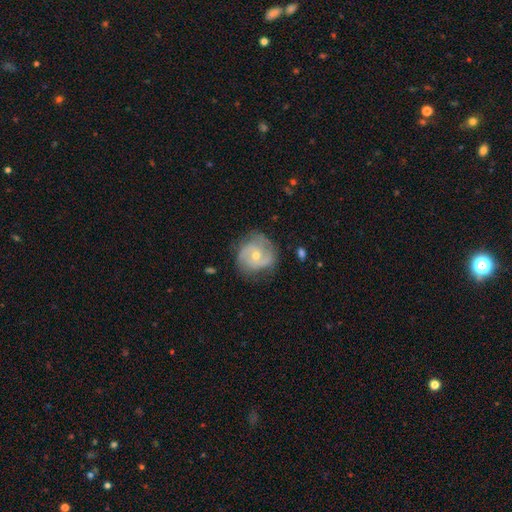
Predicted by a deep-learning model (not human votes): This appears to be a featured or disk galaxy (77%) with no bar (69%), 2 (55%) medium (47%) spiral arms (93%) and a small central bulge (54%). Merging: none (70%).